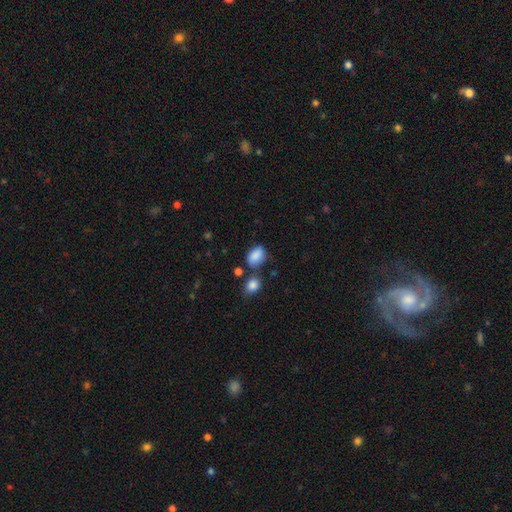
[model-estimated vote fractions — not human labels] Smooth or featured? Predicted: smooth (p=0.85). How rounded? Predicted: in between (p=0.79). Merging? Predicted: none (p=0.63).